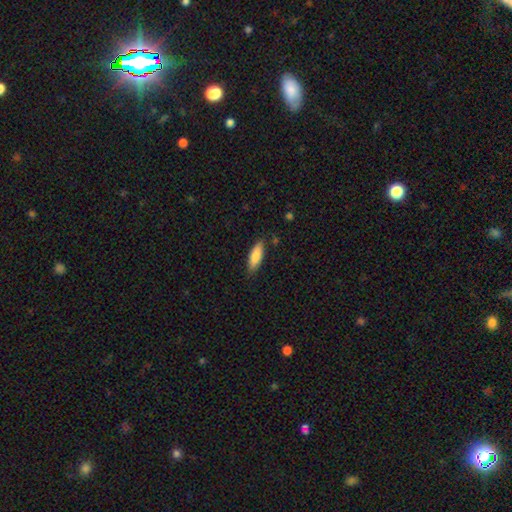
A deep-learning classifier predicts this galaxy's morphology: A smooth galaxy with no disk features (83%) that is in between round and cigar-shaped (53%).

Vote fractions:
- Smooth or featured? smooth: 83% / featured or disk: 11% / star or artifact: 6%
- How rounded? in between: 53% / cigar-shaped: 45% / round: 2%
- Merging? none: 84% / minor disturbance: 12% / major disturbance: 2% / merger: 2%